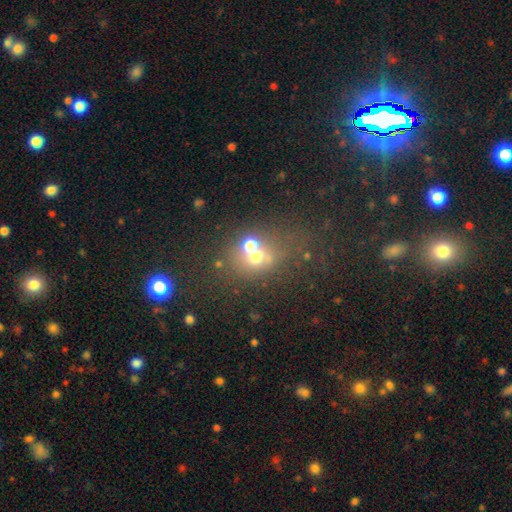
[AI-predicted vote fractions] Smooth or featured? smooth (56%)
How rounded? round (66%)
Merging? merger (43%)